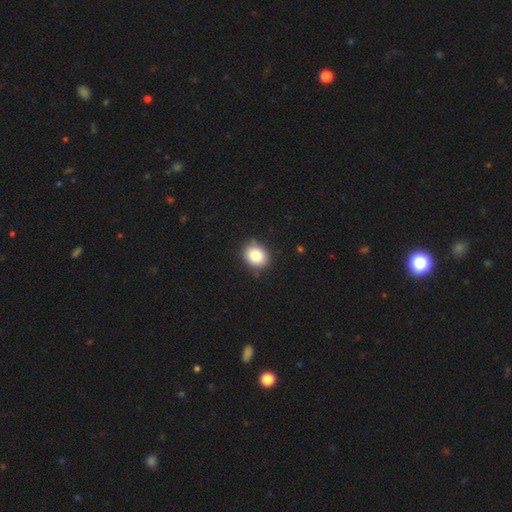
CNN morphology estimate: This appears to be a smooth galaxy with no disk features (83%) that is round (65%). Merging: none (84%).